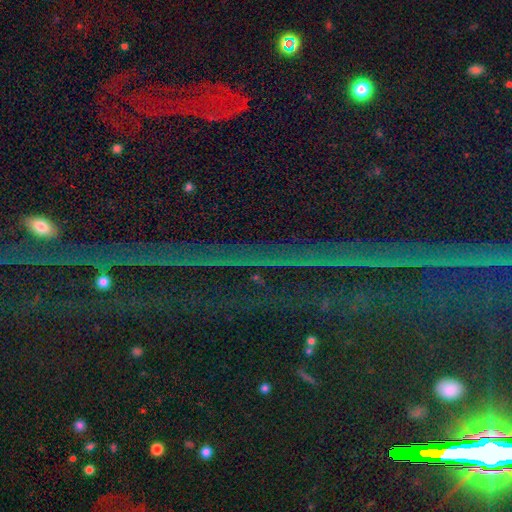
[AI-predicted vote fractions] smooth_or_featured: star or artifact (p=0.86) [alt: featured or disk p=0.08]